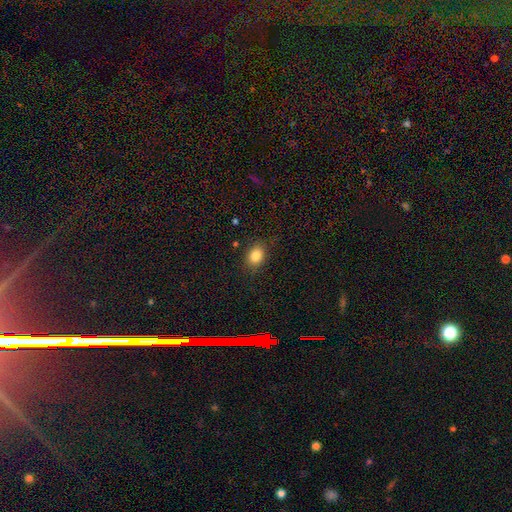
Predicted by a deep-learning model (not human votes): The model was most divided on "how rounded": in between: 66%, round: 33%, cigar-shaped: 1%. More confident: merging — none (85%); smooth or featured — smooth (84%).